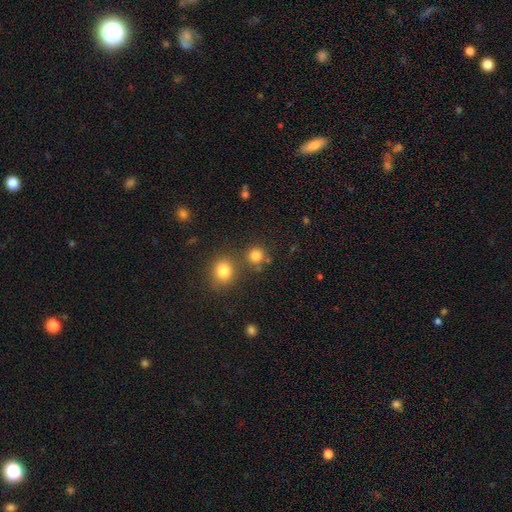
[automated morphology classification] Smooth or featured?
  - smooth: 81% *
  - star or artifact: 14%
  - featured or disk: 5%
How rounded?
  - round: 89% *
  - in between: 10%
  - cigar-shaped: 1%
Merging?
  - none: 73% *
  - merger: 16%
  - minor disturbance: 8%
  - major disturbance: 3%